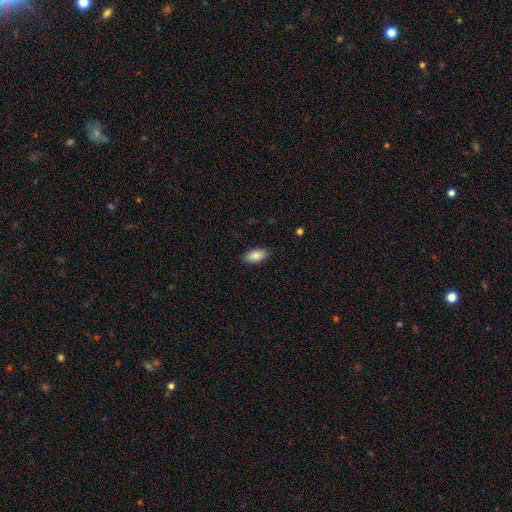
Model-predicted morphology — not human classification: The model was most divided on "merging": none: 87%, minor disturbance: 9%, major disturbance: 2%, merger: 1%. More confident: how rounded — in between (93%); smooth or featured — smooth (88%).